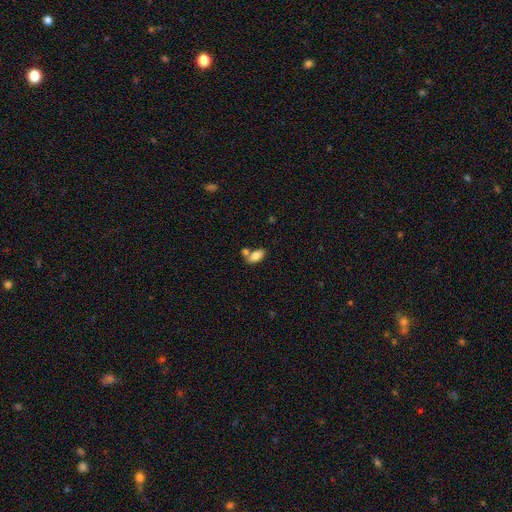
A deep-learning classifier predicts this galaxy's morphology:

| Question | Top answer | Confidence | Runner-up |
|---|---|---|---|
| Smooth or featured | smooth | 83% | featured or disk (10%) |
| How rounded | in between | 92% | cigar-shaped (5%) |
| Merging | none | 56% | merger (27%) |